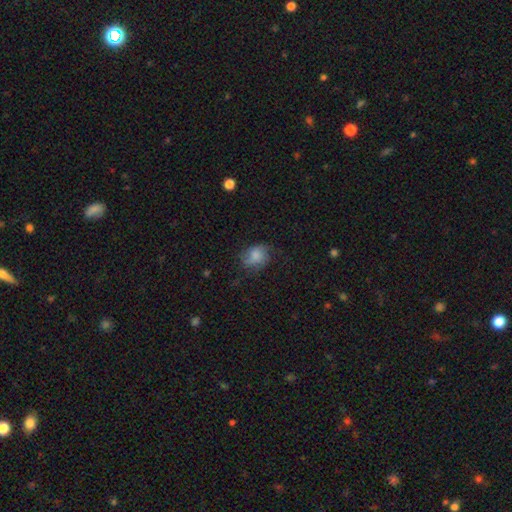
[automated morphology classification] Smooth or featured?
  - smooth: 70% *
  - featured or disk: 20%
  - star or artifact: 10%
How rounded?
  - in between: 52% *
  - round: 47%
  - cigar-shaped: 1%
Merging?
  - none: 54% *
  - minor disturbance: 28%
  - major disturbance: 17%
  - merger: 2%